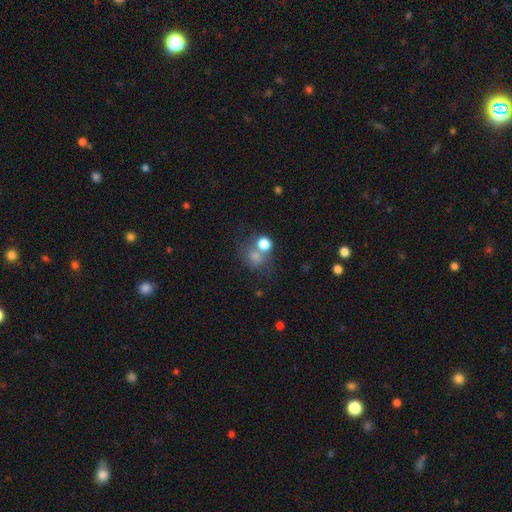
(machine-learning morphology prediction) This appears to be a smooth galaxy with no disk features (60%) that is round (71%). Merging: none (50%).